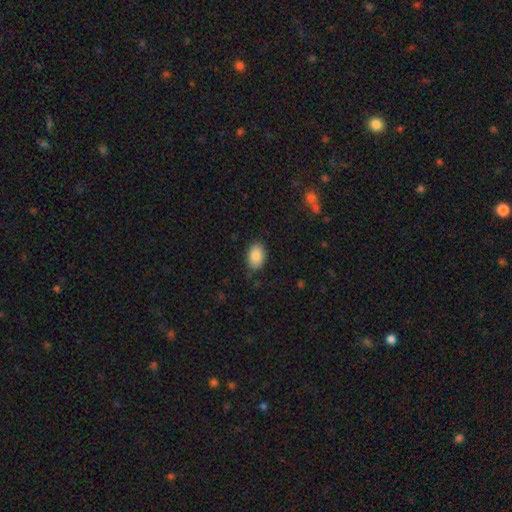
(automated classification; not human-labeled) smooth-or-featured: smooth: 88% | star or artifact: 7% | featured or disk: 5%
  how-rounded: in between: 87% | round: 12% | cigar-shaped: 1%
  merging: none: 84% | minor disturbance: 12% | major disturbance: 3% | merger: 1%